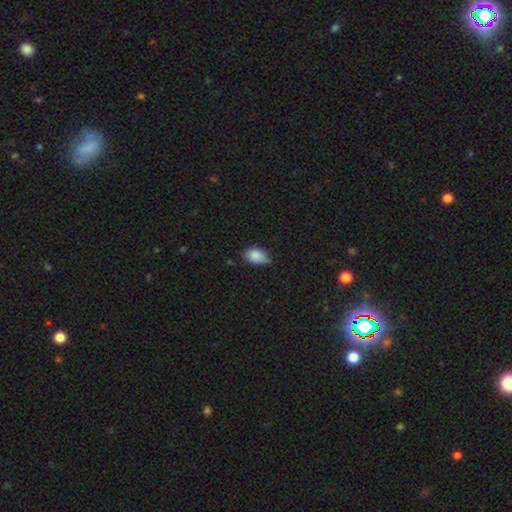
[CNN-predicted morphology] This is clearly a smooth galaxy (86%). How rounded: clearly in between (89%). Merging: possibly none (58%).